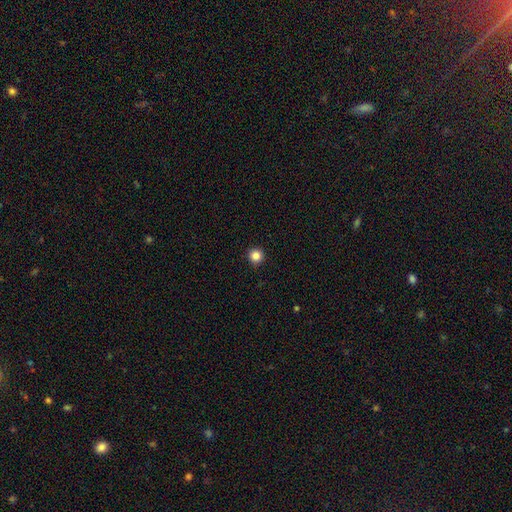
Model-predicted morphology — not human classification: This appears to be a smooth galaxy with no disk features (85%) that is round (96%). Merging: none (93%).